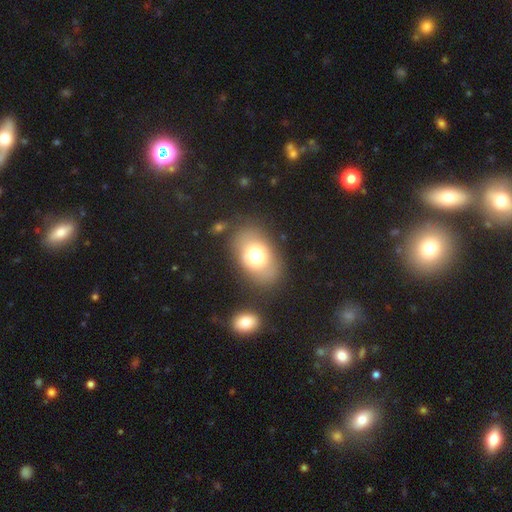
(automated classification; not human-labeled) Q: Smooth or featured?
A: smooth (73%); runner-up: featured or disk (18%)
Q: How rounded?
A: in between (82%); runner-up: round (16%)
Q: Merging?
A: none (76%); runner-up: minor disturbance (13%)